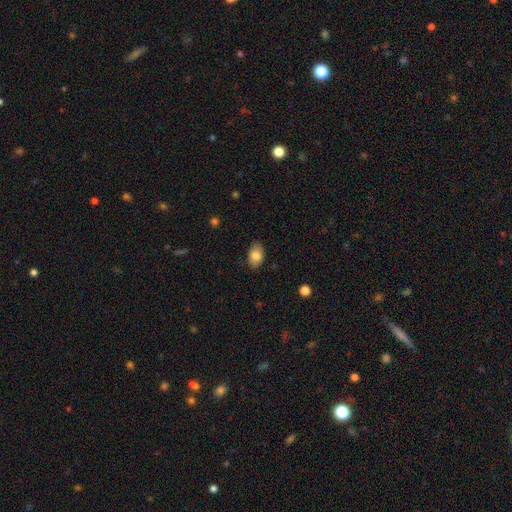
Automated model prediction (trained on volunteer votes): Smooth or featured?
  - smooth: 82% *
  - featured or disk: 10%
  - star or artifact: 8%
How rounded?
  - in between: 88% *
  - round: 11%
  - cigar-shaped: 1%
Merging?
  - none: 84% *
  - minor disturbance: 12%
  - major disturbance: 2%
  - merger: 1%